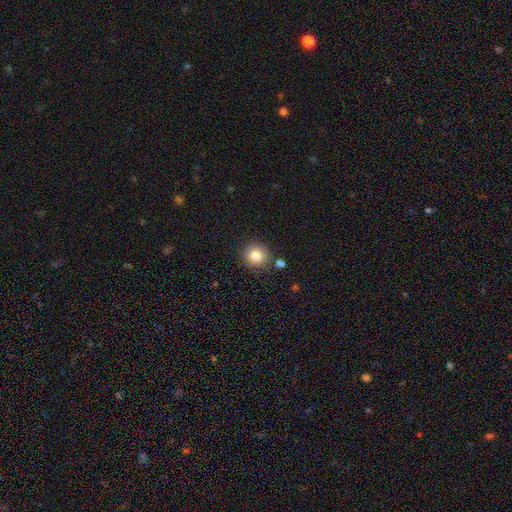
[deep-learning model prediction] smooth 83%, star or artifact 10%, featured or disk 6%. Down the decision tree: how rounded — round (91%); merging — none (85%).